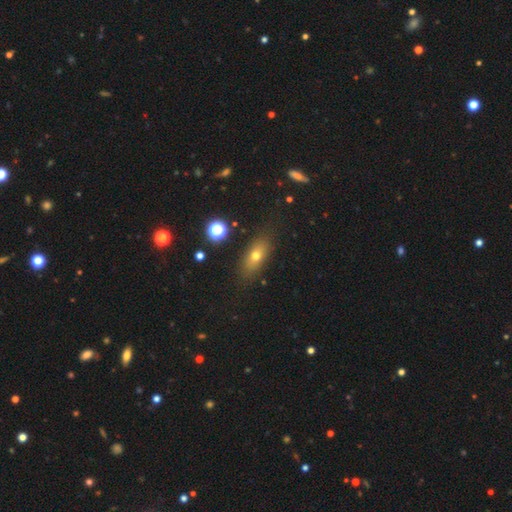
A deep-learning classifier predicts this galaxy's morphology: Q: Smooth or featured?
A: smooth (66%); runner-up: featured or disk (20%)
Q: How rounded?
A: in between (71%); runner-up: cigar-shaped (18%)
Q: Merging?
A: none (83%); runner-up: minor disturbance (11%)